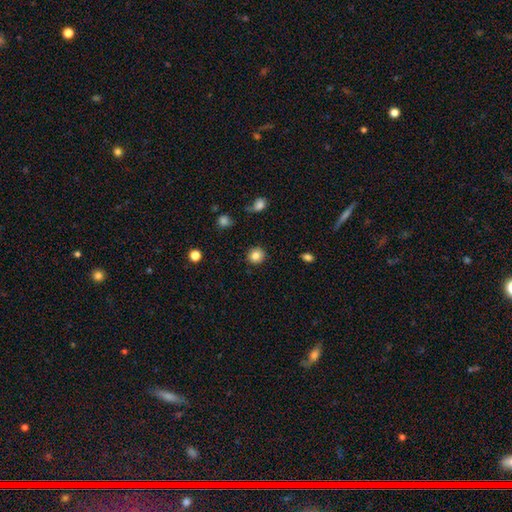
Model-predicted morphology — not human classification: smooth-or-featured: smooth: 83% | star or artifact: 10% | featured or disk: 7%
  how-rounded: round: 90% | in between: 9% | cigar-shaped: 1%
  merging: none: 89% | minor disturbance: 7% | major disturbance: 2% | merger: 1%